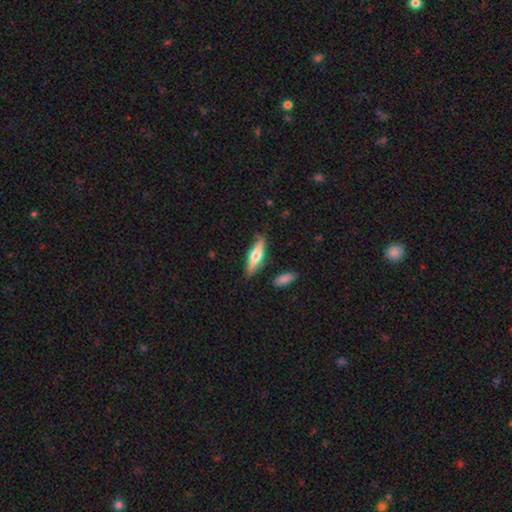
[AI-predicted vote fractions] The model was most divided on "smooth or featured": smooth: 51%, featured or disk: 43%, star or artifact: 6%. More confident: merging — none (79%); how rounded — cigar-shaped (61%).